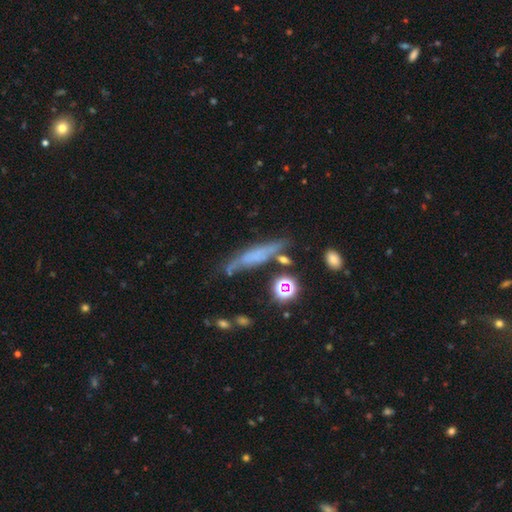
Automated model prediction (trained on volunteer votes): This appears to be a featured or disk galaxy (48%). Merging: none (62%).